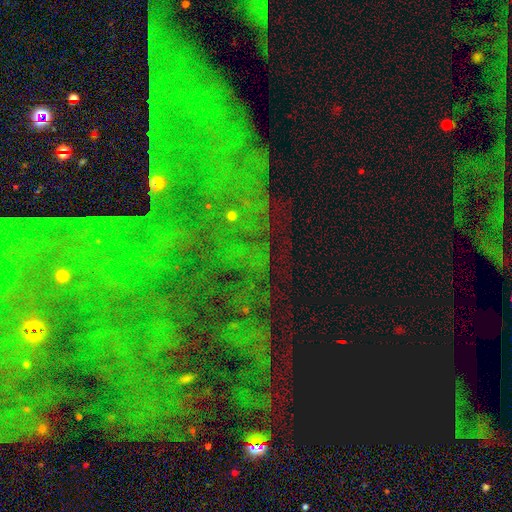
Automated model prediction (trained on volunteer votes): star or artifact 78%, featured or disk 13%, smooth 10%.